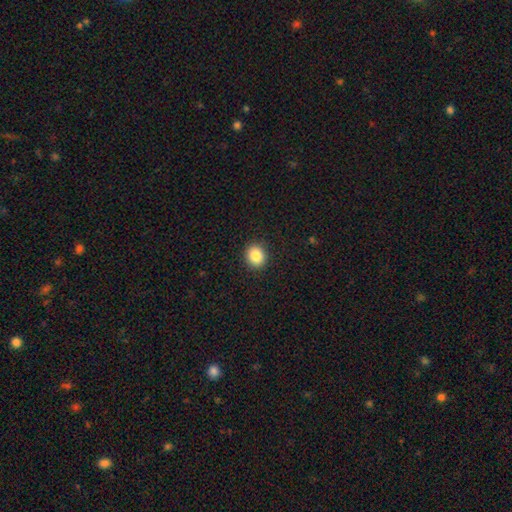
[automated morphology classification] smooth 86%, star or artifact 9%, featured or disk 5%. Down the decision tree: how rounded — round (77%); merging — none (91%).